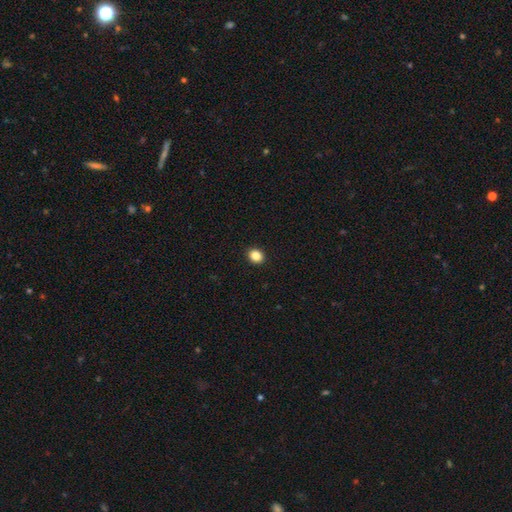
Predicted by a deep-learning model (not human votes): Smooth or featured? smooth (86%)
How rounded? round (64%)
Merging? none (93%)